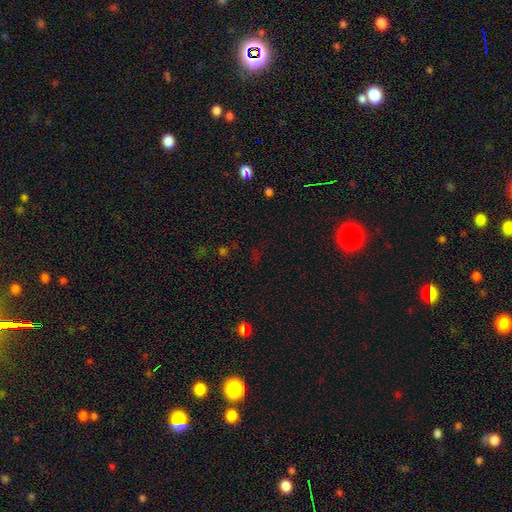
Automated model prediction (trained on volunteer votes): Smooth or featured: star or artifact — 65% (smooth — 27%)